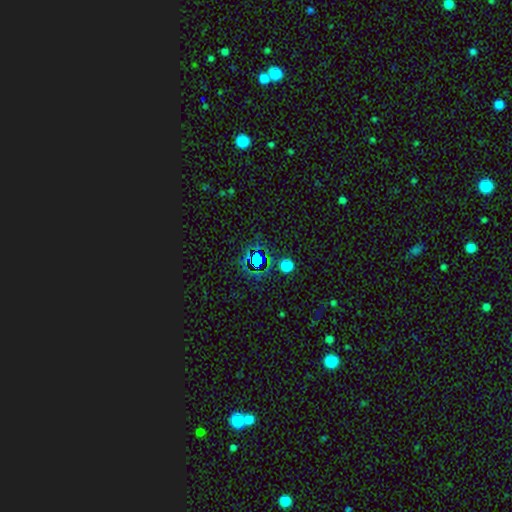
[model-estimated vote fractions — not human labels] star or artifact 76%, smooth 15%, featured or disk 9%.